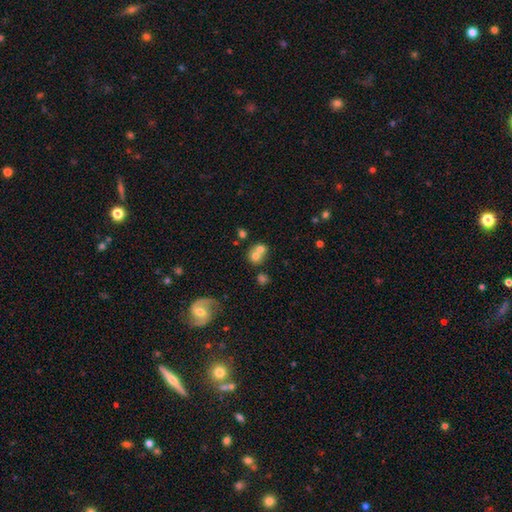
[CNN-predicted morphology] smooth-or-featured: smooth: 66% | featured or disk: 22% | star or artifact: 12%
  how-rounded: round: 74% | in between: 25% | cigar-shaped: 1%
  merging: merger: 60% | none: 30% | minor disturbance: 6% | major disturbance: 4%